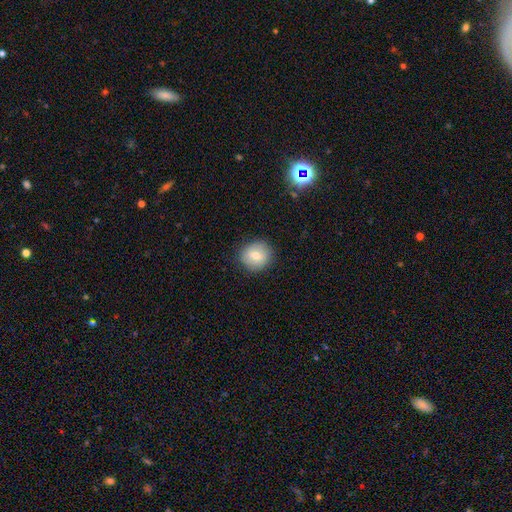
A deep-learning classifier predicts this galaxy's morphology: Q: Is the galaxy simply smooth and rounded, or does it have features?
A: smooth — 75%.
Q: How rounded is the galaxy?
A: round — 86%.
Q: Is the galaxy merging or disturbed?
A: none — 86%.